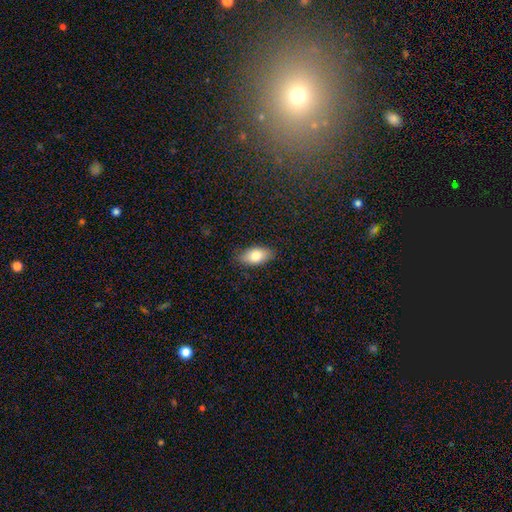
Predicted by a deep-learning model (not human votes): A smooth galaxy with no disk features (81%) that is in between round and cigar-shaped (91%). Merging: none (85%).